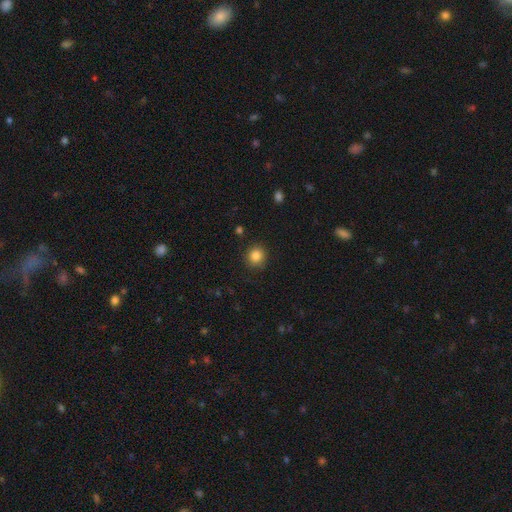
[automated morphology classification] A smooth galaxy with no disk features (85%) that is round (91%).

Vote fractions:
- Smooth or featured? smooth: 85% / star or artifact: 11% / featured or disk: 5%
- How rounded? round: 91% / in between: 8% / cigar-shaped: 1%
- Merging? none: 89% / minor disturbance: 7% / major disturbance: 2% / merger: 1%